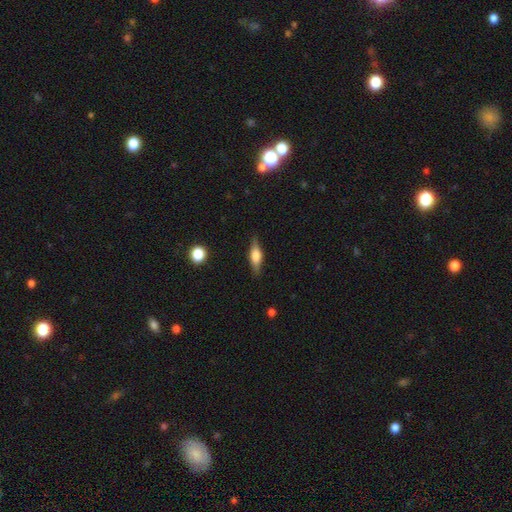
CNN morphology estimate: featured or disk 49%, smooth 43%, star or artifact 7%. Down the decision tree: merging — none (85%).